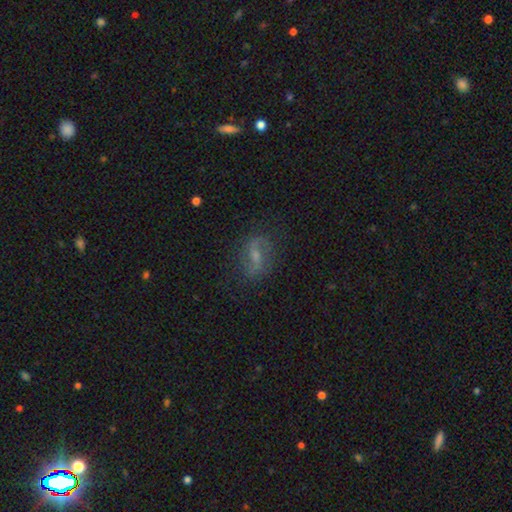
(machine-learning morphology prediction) Smooth or featured?
  - featured or disk: 65% *
  - smooth: 23%
  - star or artifact: 12%
Edge-on disk?
  - no: 93% *
  - yes: 7%
Bar?
  - weak: 43% *
  - strong: 34%
  - no: 23%
Spiral arms?
  - yes: 83% *
  - no: 17%
Spiral winding?
  - loose: 58% *
  - medium: 30%
  - tight: 13%
Spiral arm count?
  - 2: 86% *
  - can't tell: 8%
  - 1: 3%
  - 3: 1%
  - 4: 1%
  - more than 4: 1%
Bulge size?
  - small: 48% *
  - moderate: 36%
  - none: 11%
  - large: 3%
  - dominant: 1%
Merging?
  - none: 76% *
  - minor disturbance: 16%
  - major disturbance: 7%
  - merger: 2%